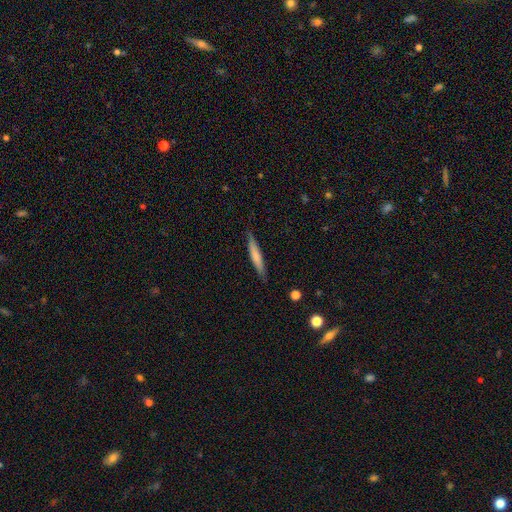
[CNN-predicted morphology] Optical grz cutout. It shows a smooth galaxy with no disk features (64%) that is cigar-shaped (93%). Merging: none (86%).